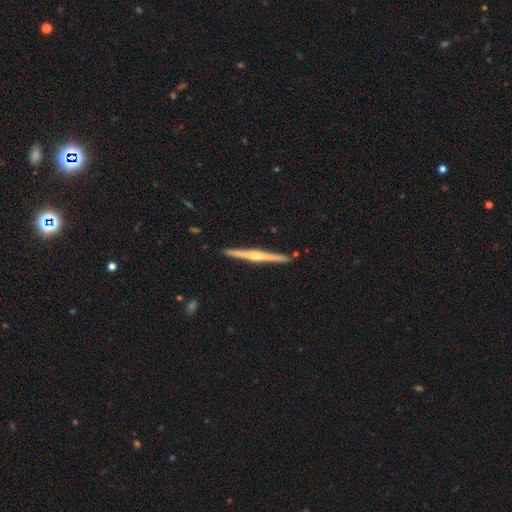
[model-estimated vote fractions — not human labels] smooth_or_featured: featured or disk (p=0.75) [alt: smooth p=0.20]
disk_edge_on: yes (p=0.99) [alt: no p=0.01]
edge_on_bulge: rounded (p=0.77) [alt: none p=0.15]
merging: none (p=0.92) [alt: minor disturbance p=0.05]